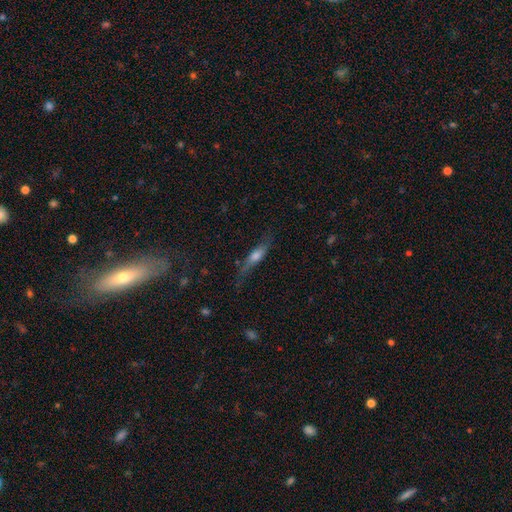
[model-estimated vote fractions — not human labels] Q: Smooth or featured?
A: featured or disk (51%); runner-up: smooth (39%)
Q: Edge-on disk?
A: yes (81%); runner-up: no (19%)
Q: Merging?
A: none (65%); runner-up: minor disturbance (22%)